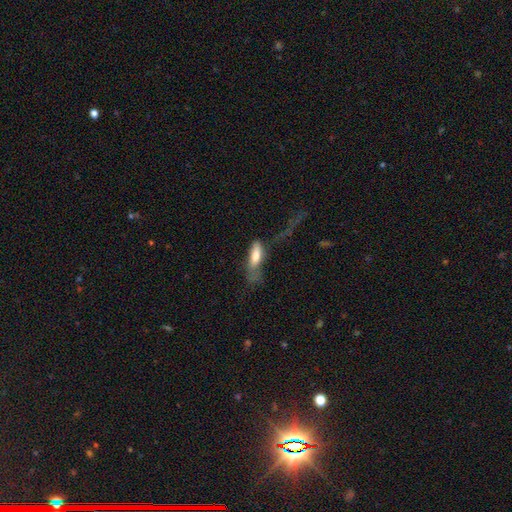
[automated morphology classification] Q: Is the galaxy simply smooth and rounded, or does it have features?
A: smooth — 69%.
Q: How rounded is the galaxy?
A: in between — 58%.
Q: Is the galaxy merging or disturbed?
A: major disturbance — 51%.